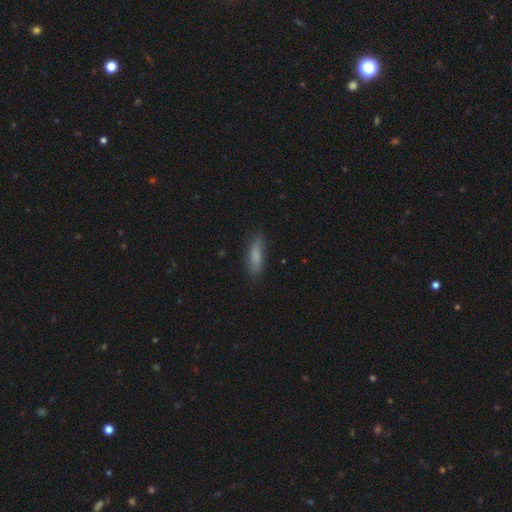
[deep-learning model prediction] A smooth galaxy with no disk features (82%) that is cigar-shaped (52%).

Vote fractions:
- Smooth or featured? smooth: 82% / featured or disk: 11% / star or artifact: 7%
- How rounded? cigar-shaped: 52% / in between: 46% / round: 2%
- Merging? none: 85% / minor disturbance: 12% / major disturbance: 2% / merger: 1%